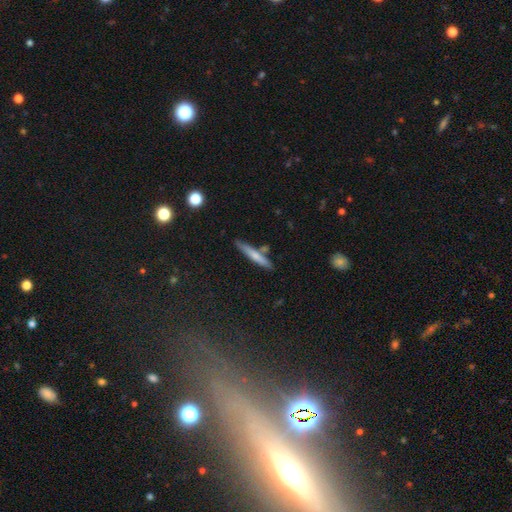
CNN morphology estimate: smooth_or_featured: smooth (p=0.63) [alt: featured or disk p=0.30]
how_rounded: cigar-shaped (p=0.93) [alt: in between p=0.05]
merging: none (p=0.78) [alt: minor disturbance p=0.12]